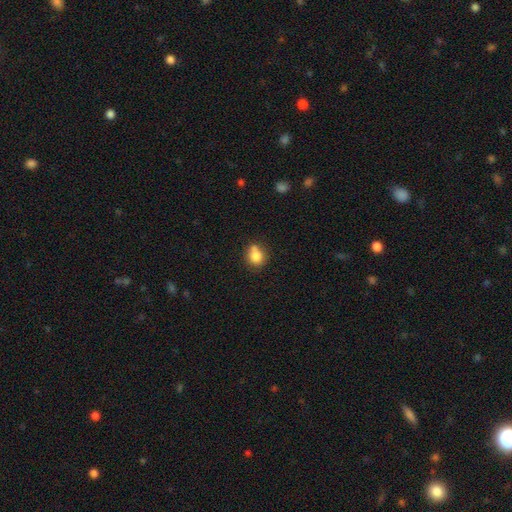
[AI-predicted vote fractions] A smooth galaxy with no disk features (79%) that is round (75%). Merging: none (52%).